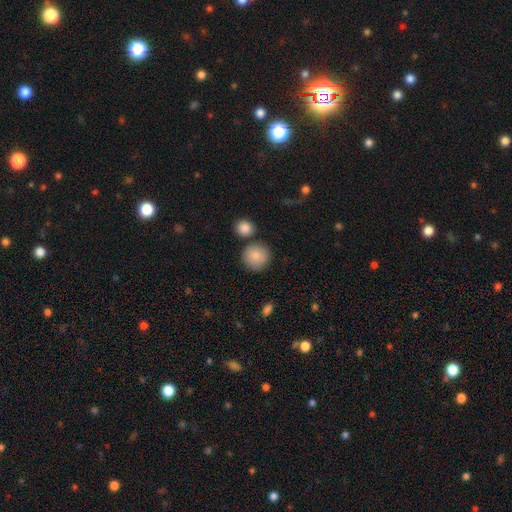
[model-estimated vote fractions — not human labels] smooth-or-featured: smooth: 85% | star or artifact: 8% | featured or disk: 7%
  how-rounded: round: 93% | in between: 6% | cigar-shaped: 1%
  merging: none: 78% | merger: 10% | minor disturbance: 9% | major disturbance: 3%